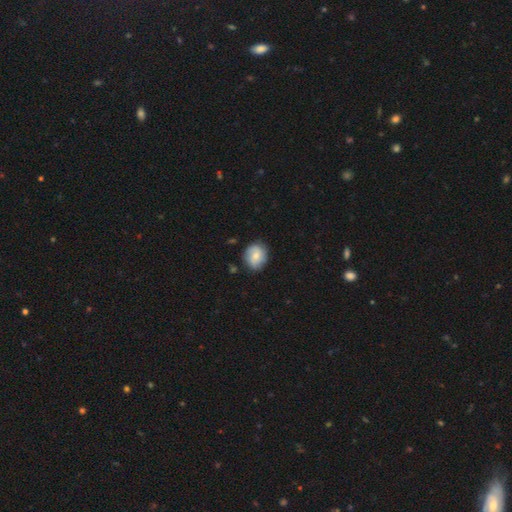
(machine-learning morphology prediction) Q: Smooth or featured?
A: smooth (59%); runner-up: featured or disk (33%)
Q: How rounded?
A: round (74%); runner-up: in between (25%)
Q: Merging?
A: none (78%); runner-up: minor disturbance (17%)